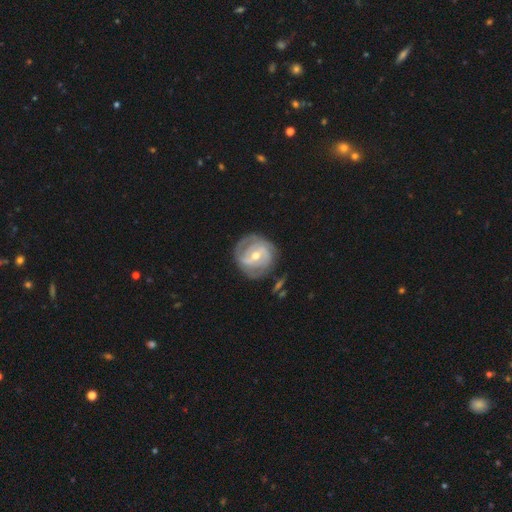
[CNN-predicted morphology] smooth-or-featured: featured or disk: 82% | smooth: 13% | star or artifact: 5%
  disk-edge-on: no: 97% | yes: 3%
    bar: weak: 48% | strong: 27% | no: 25%
    has-spiral-arms: yes: 90% | no: 10%
      spiral-winding: tight: 61% | medium: 30% | loose: 8%
      spiral-arm-count: 2: 50% | can't tell: 24% | 3: 15% | 1: 4% | 4: 4% | more than 4: 3%
    bulge-size: moderate: 59% | small: 37% | large: 2% | none: 1% | dominant: 1%
  merging: none: 75% | minor disturbance: 16% | major disturbance: 6% | merger: 2%